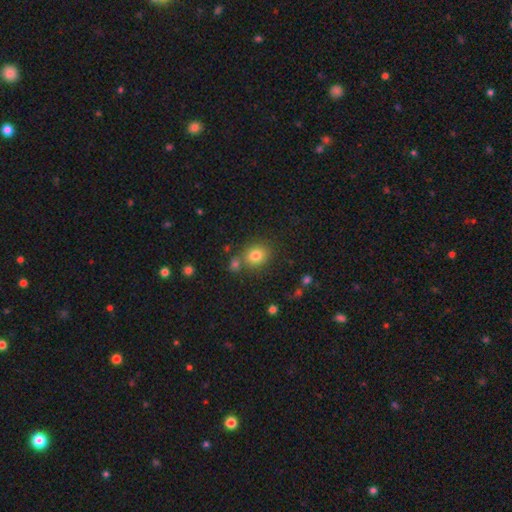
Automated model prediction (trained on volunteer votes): Overall: smooth (80%). How rounded: round (67%; in between 32%). Merging: none (69%).